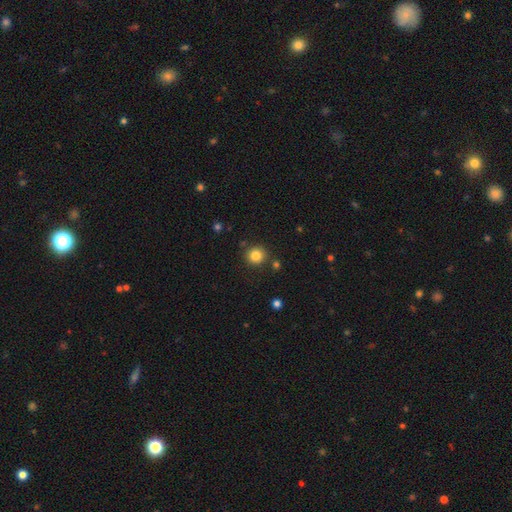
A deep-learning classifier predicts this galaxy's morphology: A smooth galaxy with no disk features (83%) that is round (92%).

Vote fractions:
- Smooth or featured? smooth: 83% / star or artifact: 12% / featured or disk: 5%
- How rounded? round: 92% / in between: 7% / cigar-shaped: 1%
- Merging? none: 85% / minor disturbance: 8% / merger: 5% / major disturbance: 3%